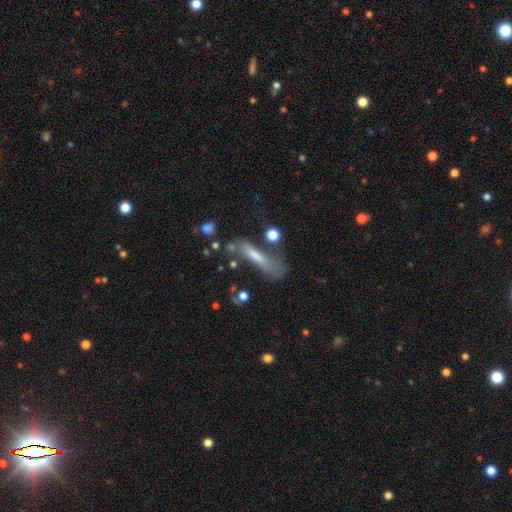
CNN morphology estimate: smooth-or-featured: featured or disk: 47% | smooth: 38% | star or artifact: 15%
  merging: none: 50% | minor disturbance: 21% | major disturbance: 17% | merger: 13%